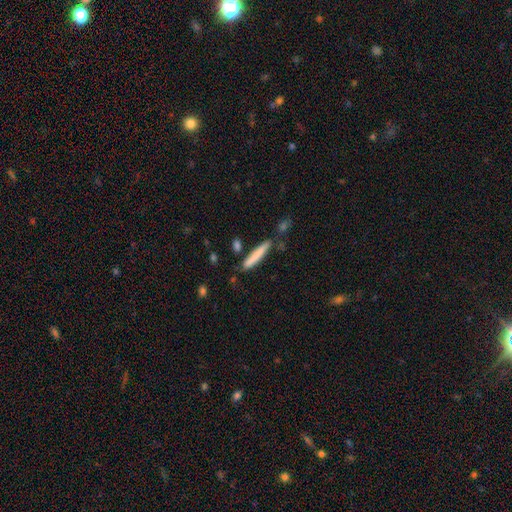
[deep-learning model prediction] This is likely a smooth galaxy (77%). How rounded: clearly cigar-shaped (93%). Merging: likely none (79%).